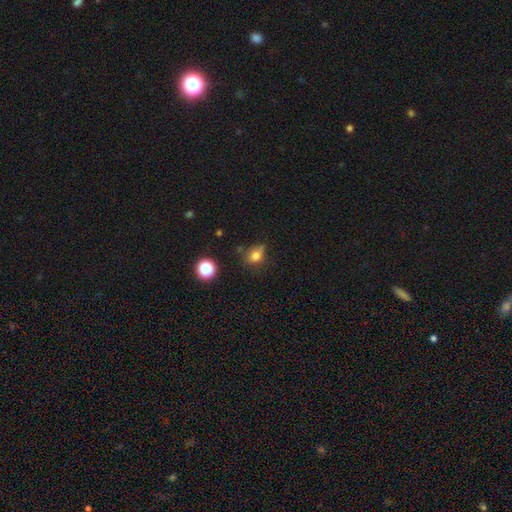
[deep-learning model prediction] smooth 73%, star or artifact 15%, featured or disk 12%. Down the decision tree: how rounded — in between (49%); merging — none (50%).